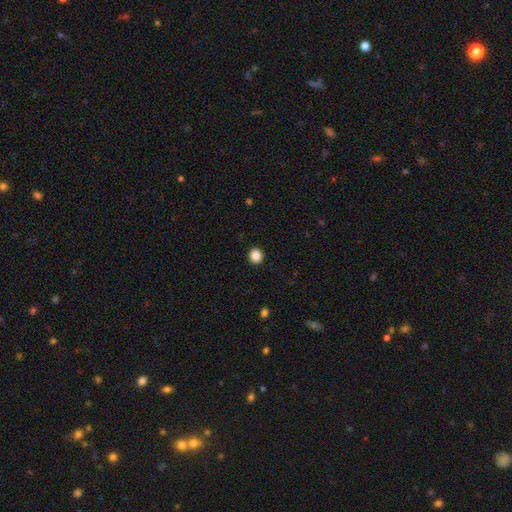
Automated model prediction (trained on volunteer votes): Morphology: type=smooth (86%); roundness=round (89%); merging=none (93%).